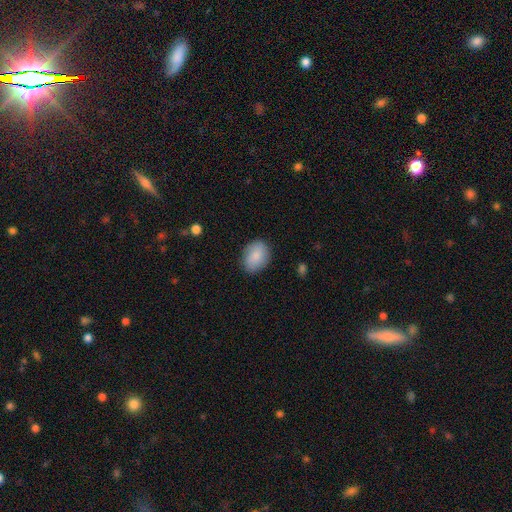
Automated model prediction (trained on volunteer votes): Smooth or featured? Predicted: smooth (p=0.85). How rounded? Predicted: in between (p=0.67). Merging? Predicted: none (p=0.83).